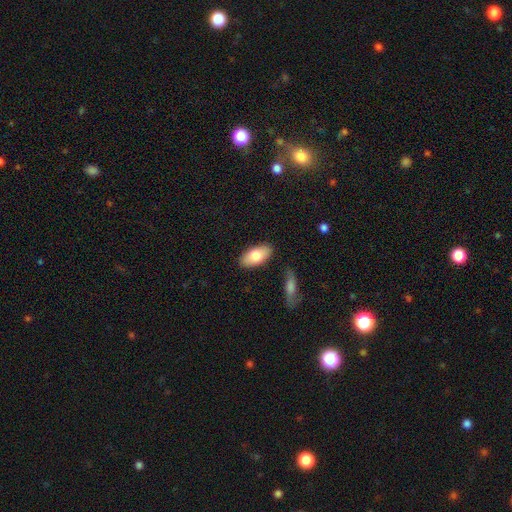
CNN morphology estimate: This appears to be a smooth galaxy with no disk features (77%) that is in between round and cigar-shaped (92%). Merging: none (85%).